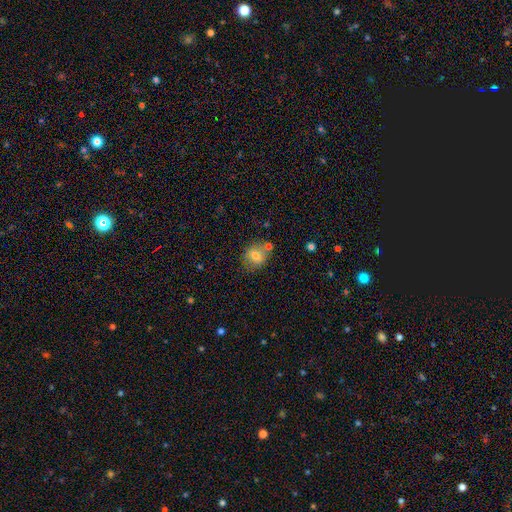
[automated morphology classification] This is likely a smooth galaxy (74%). How rounded: likely round (68%). Merging: likely none (71%).